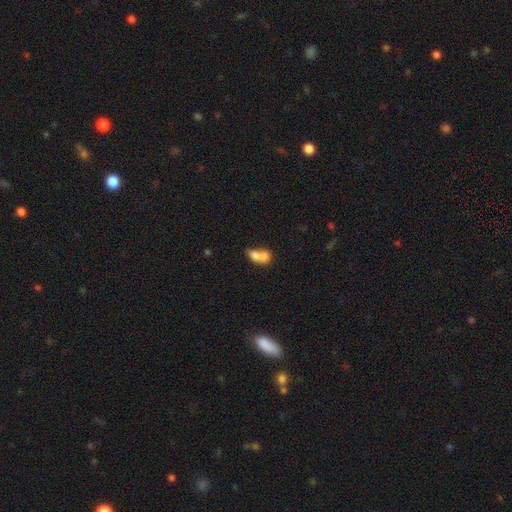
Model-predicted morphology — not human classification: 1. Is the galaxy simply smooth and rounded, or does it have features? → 70% smooth, 22% featured or disk, 9% star or artifact.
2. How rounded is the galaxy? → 71% in between, 25% round, 5% cigar-shaped.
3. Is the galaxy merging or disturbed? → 71% merger, 17% none, 7% minor disturbance, 5% major disturbance.